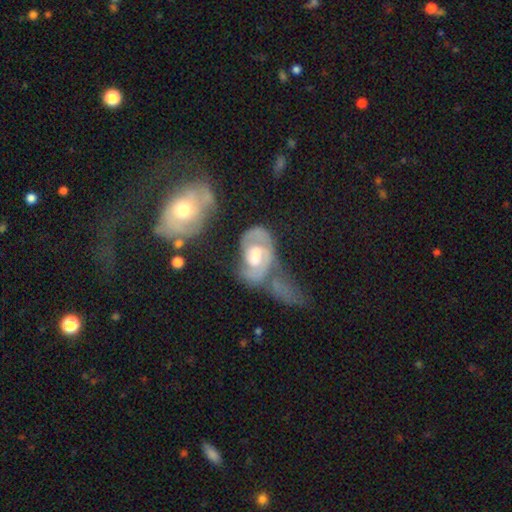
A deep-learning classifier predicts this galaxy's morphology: A featured or disk galaxy (77%) with no bar (53%), 2 (55%) tight (48%) spiral arms (81%) and a moderate central bulge (46%).

Vote fractions:
- Smooth or featured? featured or disk: 77% / smooth: 18% / star or artifact: 6%
- Edge-on disk? no: 96% / yes: 4%
- Bar? no: 53% / weak: 37% / strong: 10%
- Spiral arms? yes: 81% / no: 19%
- Spiral winding? tight: 48% / medium: 37% / loose: 15%
- Spiral arm count? 2: 55% / can't tell: 22% / 1: 16% / 3: 4% / 4: 2% / more than 4: 2%
- Bulge size? moderate: 46% / large: 37% / small: 10% / none: 4% / dominant: 3%
- Merging? merger: 32% / none: 27% / major disturbance: 24% / minor disturbance: 17%